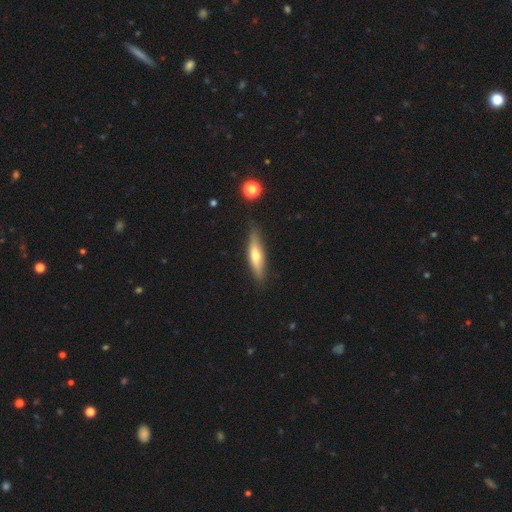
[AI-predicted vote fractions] Morphology: type=smooth (50%); roundness=cigar-shaped (75%); merging=none (84%).